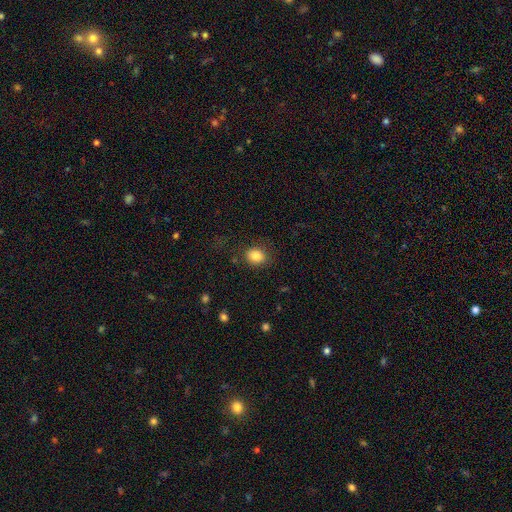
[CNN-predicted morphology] Smooth or featured: smooth — 85% (star or artifact — 9%)
How rounded: in between — 52% (round — 47%)
Merging: none — 79% (minor disturbance — 14%)